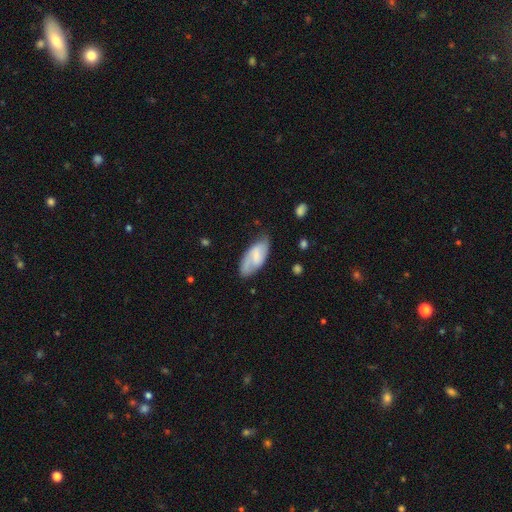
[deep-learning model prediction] smooth-or-featured: featured or disk: 48% | smooth: 46% | star or artifact: 6%
  merging: none: 65% | minor disturbance: 26% | major disturbance: 7% | merger: 2%